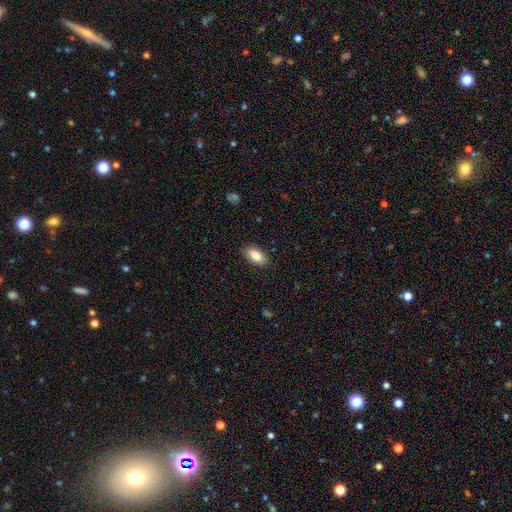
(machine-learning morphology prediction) Smooth or featured?
  - smooth: 87% *
  - star or artifact: 7%
  - featured or disk: 6%
How rounded?
  - in between: 92% *
  - cigar-shaped: 5%
  - round: 3%
Merging?
  - none: 88% *
  - minor disturbance: 9%
  - major disturbance: 2%
  - merger: 1%